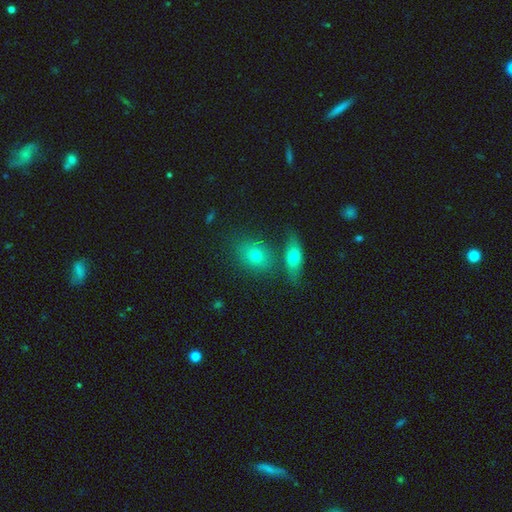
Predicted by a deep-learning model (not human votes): Smooth or featured? Predicted: smooth (p=0.70). How rounded? Predicted: in between (p=0.56). Merging? Predicted: none (p=0.60).